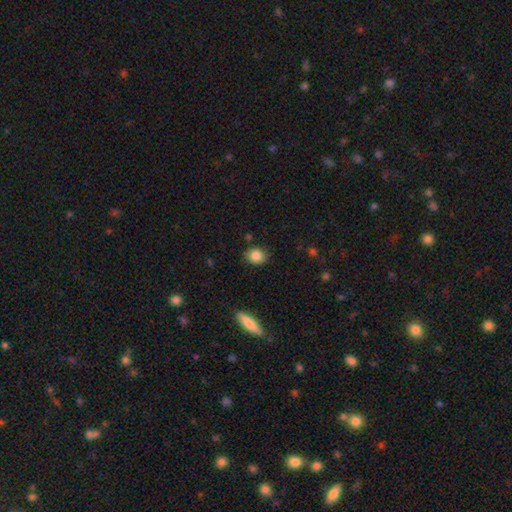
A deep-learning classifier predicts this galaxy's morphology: The model was most divided on "how rounded": round: 55%, in between: 43%, cigar-shaped: 2%. More confident: smooth or featured — smooth (85%); merging — none (80%).